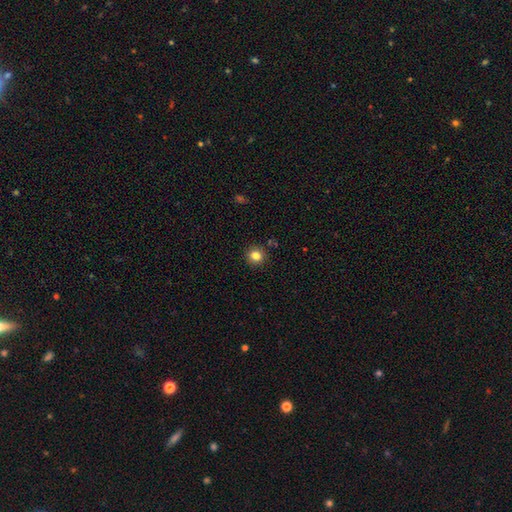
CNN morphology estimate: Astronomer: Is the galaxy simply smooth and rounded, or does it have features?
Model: smooth — 82%.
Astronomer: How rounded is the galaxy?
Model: round — 91%.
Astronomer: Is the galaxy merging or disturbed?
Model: none — 91%.